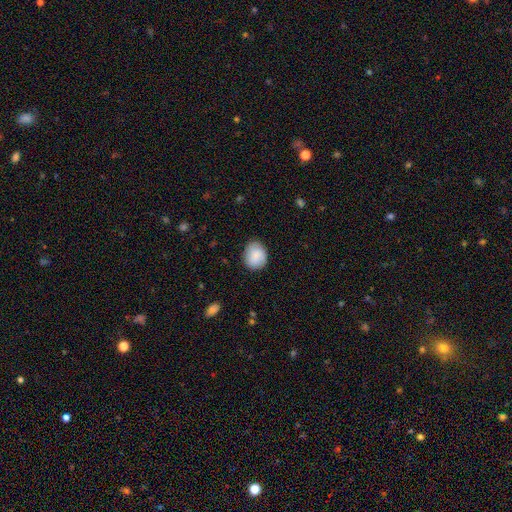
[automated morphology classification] This is clearly a smooth galaxy (86%). How rounded: likely round (65%). Merging: clearly none (83%).